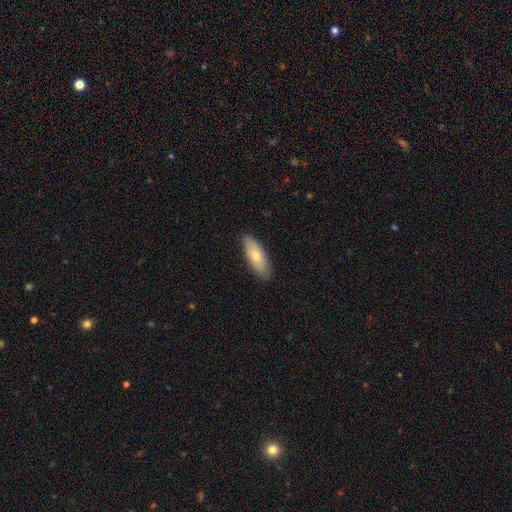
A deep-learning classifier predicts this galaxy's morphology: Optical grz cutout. It shows a smooth galaxy with no disk features (77%) that is in between round and cigar-shaped (71%). Merging: none (84%).